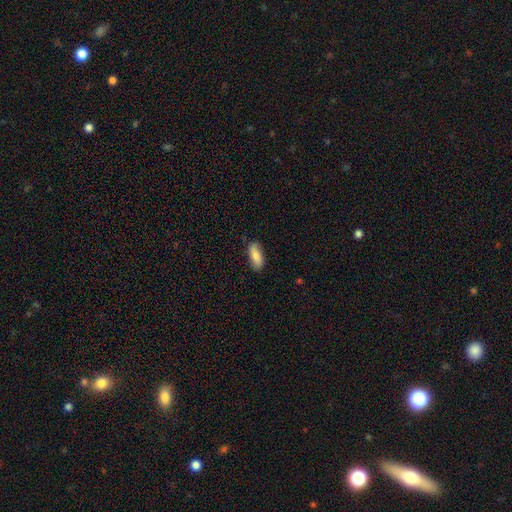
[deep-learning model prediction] Morphology: type=smooth (83%); roundness=in between (76%); merging=none (82%).